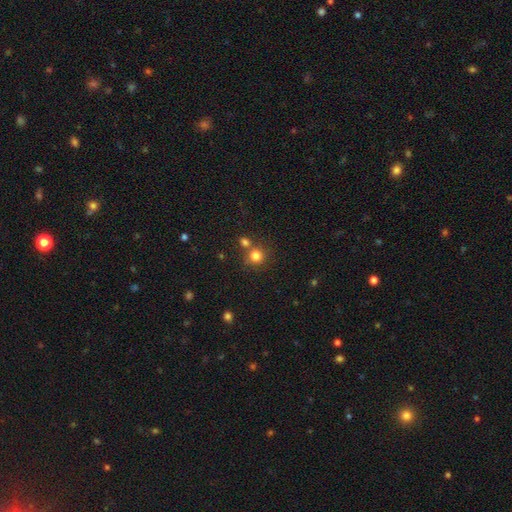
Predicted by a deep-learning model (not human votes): Smooth or featured?
  - smooth: 80% *
  - star or artifact: 13%
  - featured or disk: 7%
How rounded?
  - round: 89% *
  - in between: 10%
  - cigar-shaped: 1%
Merging?
  - none: 65% *
  - merger: 23%
  - minor disturbance: 9%
  - major disturbance: 3%